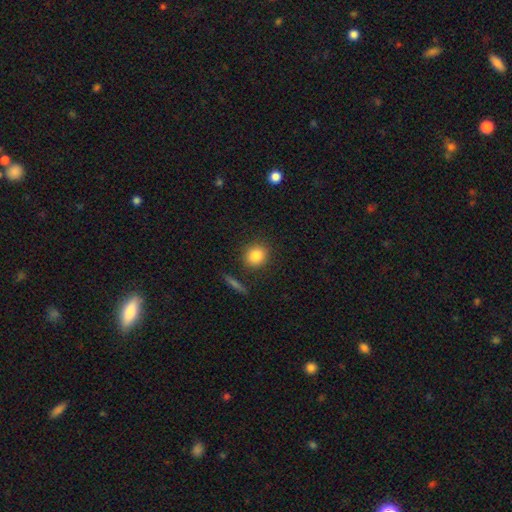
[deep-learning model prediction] This appears to be a smooth galaxy with no disk features (84%) that is round (76%). Merging: none (86%).